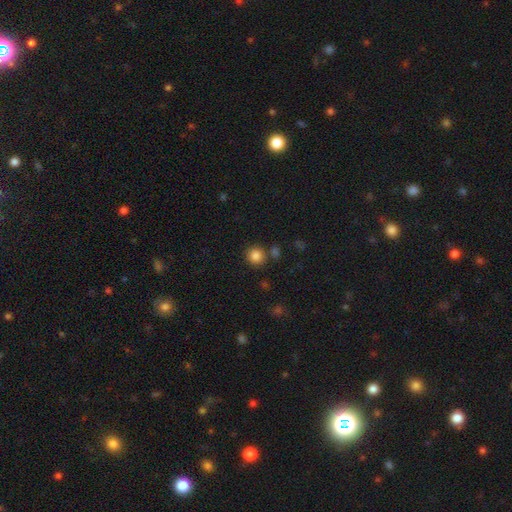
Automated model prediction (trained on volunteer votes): The model was most divided on "merging": none: 81%, minor disturbance: 8%, merger: 8%, major disturbance: 3%. More confident: how rounded — round (92%); smooth or featured — smooth (85%).